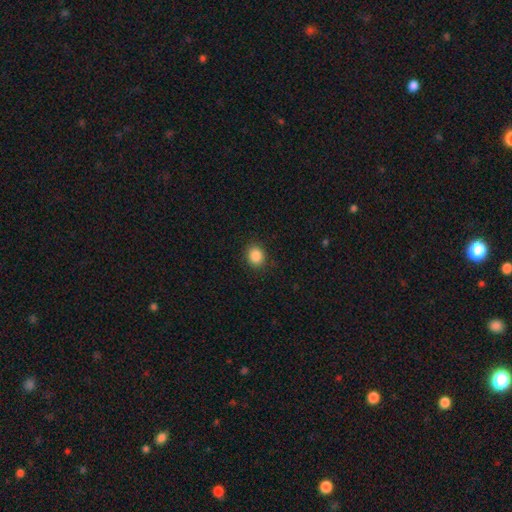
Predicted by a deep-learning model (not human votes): The model was most divided on "how rounded": round: 71%, in between: 28%, cigar-shaped: 1%. More confident: merging — none (88%); smooth or featured — smooth (87%).